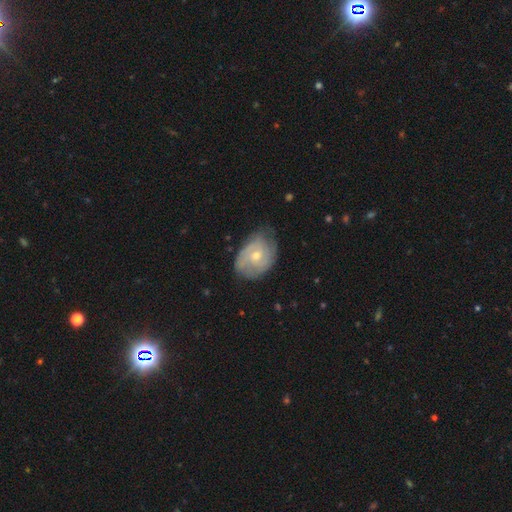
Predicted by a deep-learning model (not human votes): Morphology: type=featured or disk (65%); edge-on=no (96%); bar=no (72%); spiral arms=yes (81%); winding=tight (57%); arm count=can't tell (38%, tied with 2); bulge=small (51%); merging=none (61%).